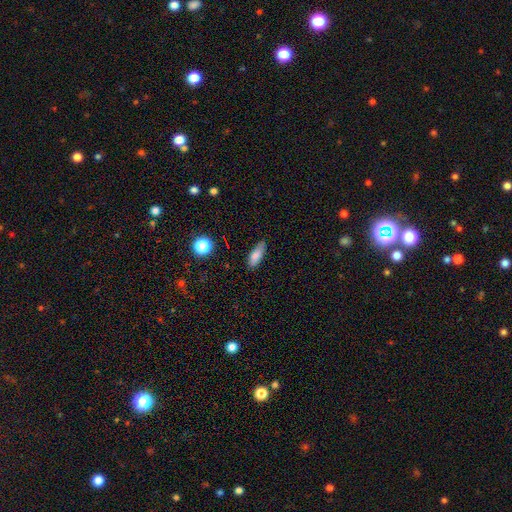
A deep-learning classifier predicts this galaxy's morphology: A smooth galaxy with no disk features (81%) that is in between round and cigar-shaped (67%). Merging: none (78%).